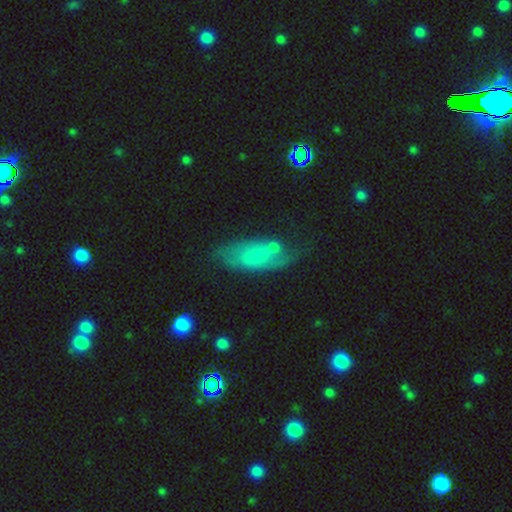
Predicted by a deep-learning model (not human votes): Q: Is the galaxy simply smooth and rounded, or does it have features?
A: smooth — 51%.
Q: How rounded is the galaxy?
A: in between — 86%.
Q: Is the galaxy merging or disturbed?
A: none — 52%.